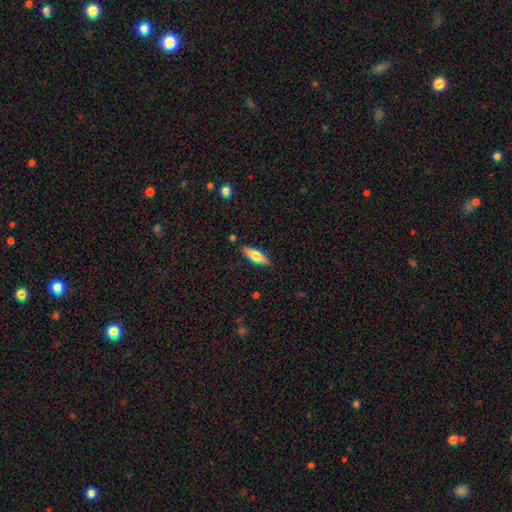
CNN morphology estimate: Q: Smooth or featured?
A: smooth (58%); runner-up: featured or disk (36%)
Q: How rounded?
A: in between (49%); tied with: cigar-shaped (49%)
Q: Merging?
A: none (86%); runner-up: minor disturbance (10%)